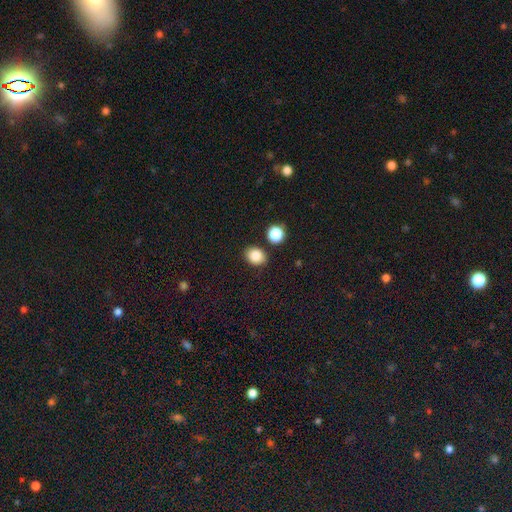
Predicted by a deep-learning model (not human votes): A smooth galaxy with no disk features (85%) that is in between round and cigar-shaped (51%).

Vote fractions:
- Smooth or featured? smooth: 85% / star or artifact: 10% / featured or disk: 5%
- How rounded? in between: 51% / round: 48% / cigar-shaped: 1%
- Merging? none: 81% / minor disturbance: 10% / merger: 6% / major disturbance: 3%